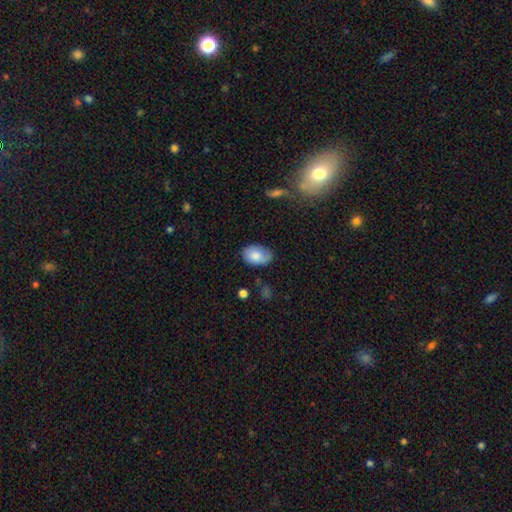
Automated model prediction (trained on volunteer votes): A smooth galaxy with no disk features (72%) that is in between round and cigar-shaped (87%). Merging: none (68%).